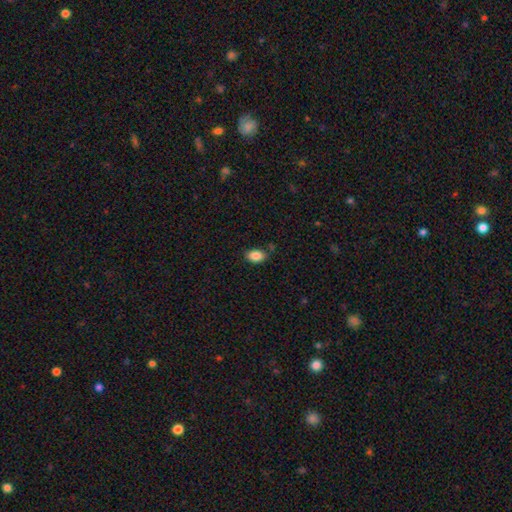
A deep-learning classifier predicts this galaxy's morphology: A smooth galaxy with no disk features (86%) that is in between round and cigar-shaped (88%).

Vote fractions:
- Smooth or featured? smooth: 86% / star or artifact: 8% / featured or disk: 6%
- How rounded? in between: 88% / round: 11% / cigar-shaped: 1%
- Merging? none: 80% / minor disturbance: 14% / merger: 3% / major disturbance: 3%